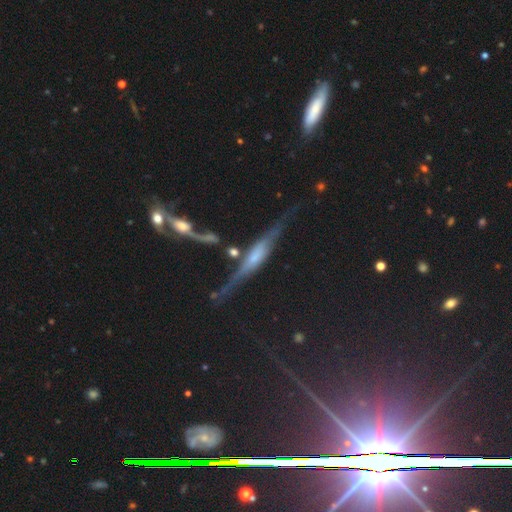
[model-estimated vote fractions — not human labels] Smooth or featured? Predicted: featured or disk (p=0.72). Edge-on disk? Predicted: yes (p=0.85). Edge-on bulge? Predicted: rounded (p=0.52). Merging? Predicted: none (p=0.54).